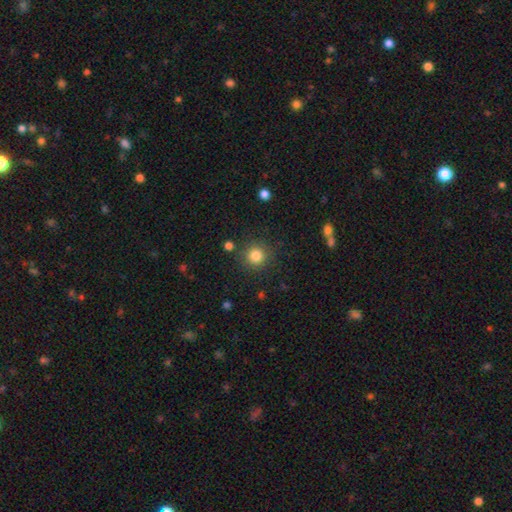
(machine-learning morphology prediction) A smooth galaxy with no disk features (83%) that is round (94%). Merging: none (87%).